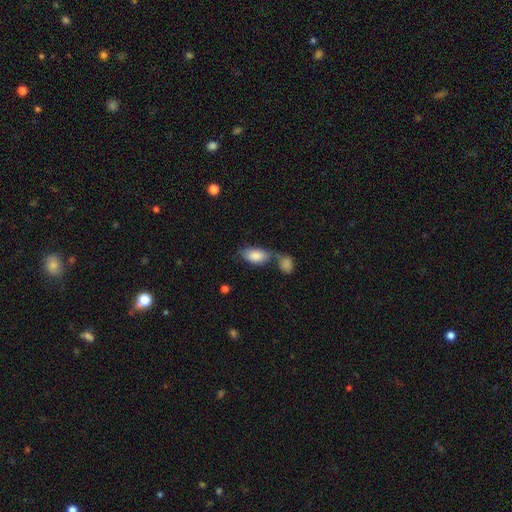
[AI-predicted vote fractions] Overall: smooth (84%). How rounded: in between (93%). Merging: none (45%; merger 33%).